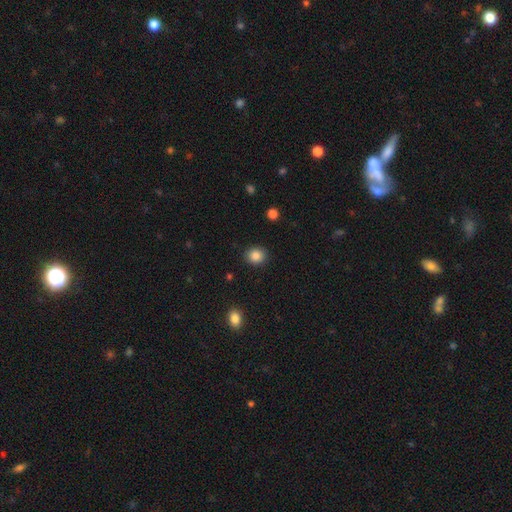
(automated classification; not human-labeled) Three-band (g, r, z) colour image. It shows a smooth galaxy with no disk features (87%) that is round (73%). Merging: none (90%).